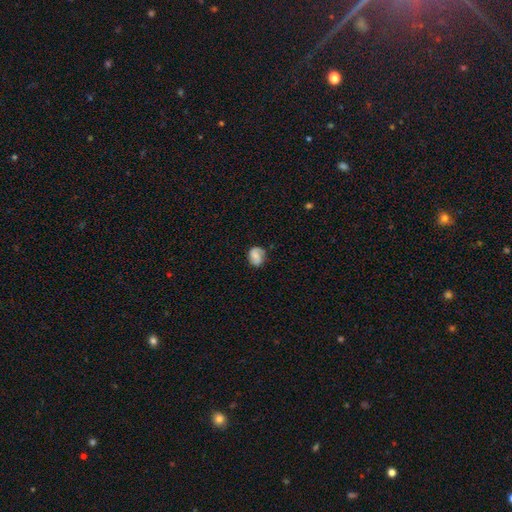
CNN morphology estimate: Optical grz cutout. It shows a smooth galaxy with no disk features (60%) that is round (54%). Merging: none (69%).